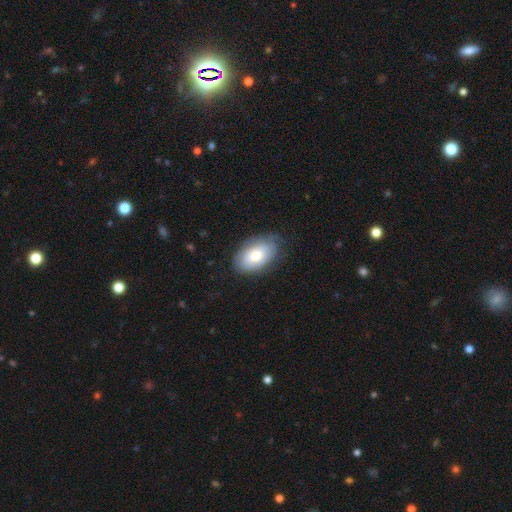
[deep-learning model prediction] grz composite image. It shows a smooth galaxy with no disk features (70%) that is in between round and cigar-shaped (92%). Merging: none (75%).